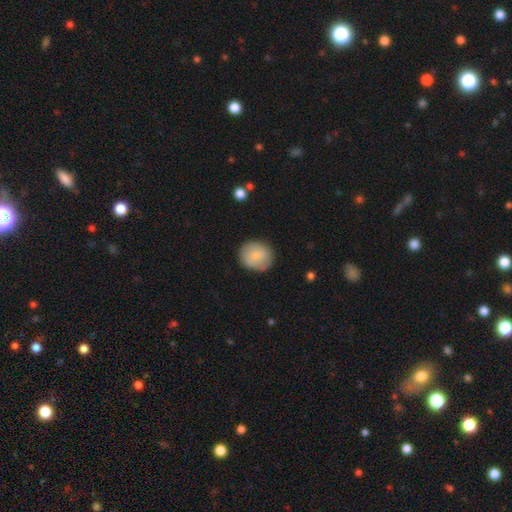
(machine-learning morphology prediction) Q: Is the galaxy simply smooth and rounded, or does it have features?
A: smooth — 77%.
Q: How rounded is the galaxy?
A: round — 83%.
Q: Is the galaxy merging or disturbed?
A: none — 83%.